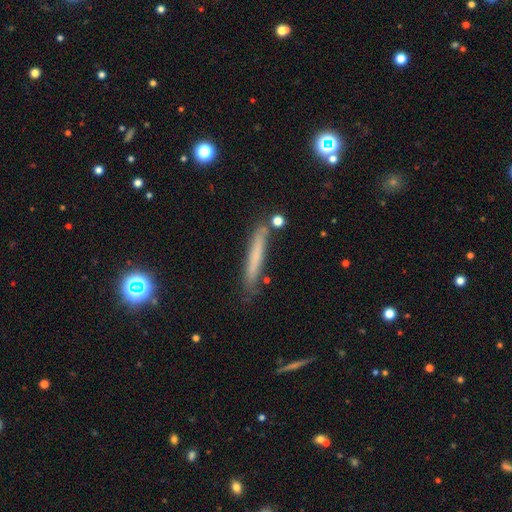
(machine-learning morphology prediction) A smooth galaxy with no disk features (62%) that is cigar-shaped (95%).

Vote fractions:
- Smooth or featured? smooth: 62% / featured or disk: 28% / star or artifact: 9%
- How rounded? cigar-shaped: 95% / in between: 3% / round: 2%
- Merging? none: 82% / minor disturbance: 12% / merger: 3% / major disturbance: 3%